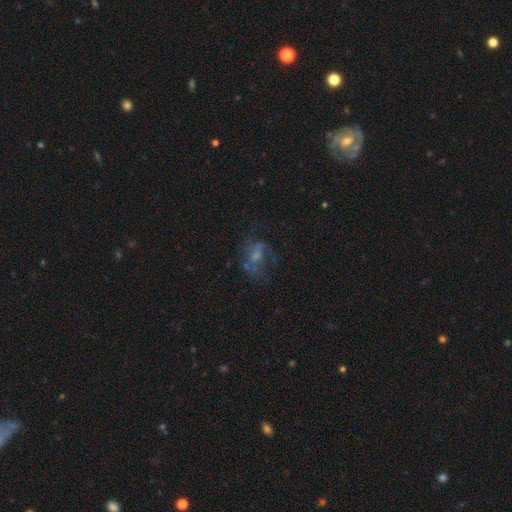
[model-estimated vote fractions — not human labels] Smooth or featured? Predicted: featured or disk (p=0.58). Edge-on disk? Predicted: no (p=0.96). Bar? Predicted: no (p=0.59). Spiral arms? Predicted: yes (p=0.54). Bulge size? Predicted: small (p=0.43). Merging? Predicted: none (p=0.44).